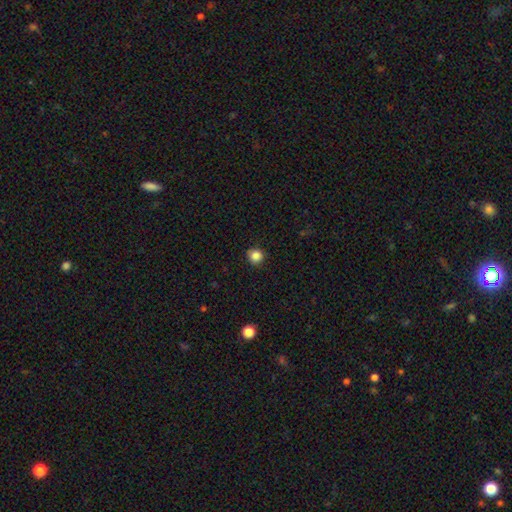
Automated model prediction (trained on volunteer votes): smooth-or-featured: smooth: 85% | star or artifact: 11% | featured or disk: 4%
  how-rounded: round: 90% | in between: 9% | cigar-shaped: 1%
  merging: none: 88% | minor disturbance: 9% | major disturbance: 2% | merger: 1%